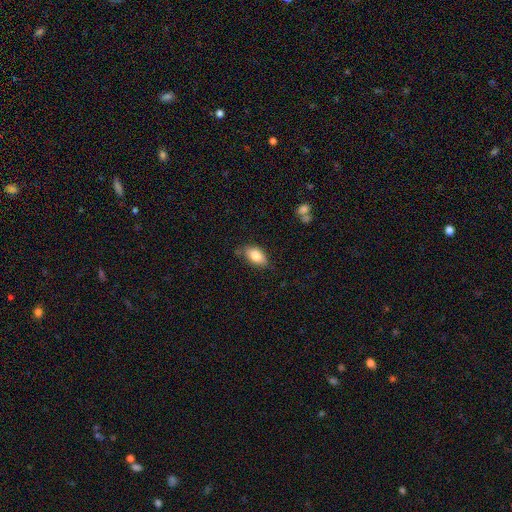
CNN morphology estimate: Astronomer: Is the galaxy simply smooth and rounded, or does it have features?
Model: smooth — 83%.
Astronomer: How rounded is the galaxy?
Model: in between — 92%.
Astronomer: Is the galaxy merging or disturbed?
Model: none — 70%.